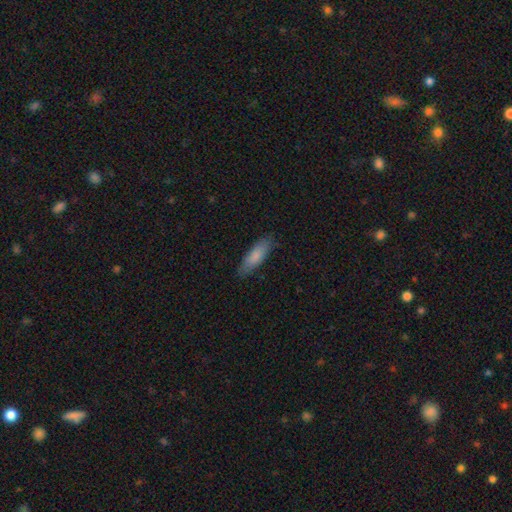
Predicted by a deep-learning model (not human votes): A smooth galaxy with no disk features (82%) that is in between round and cigar-shaped (50%).

Vote fractions:
- Smooth or featured? smooth: 82% / featured or disk: 12% / star or artifact: 5%
- How rounded? in between: 50% / cigar-shaped: 49% / round: 2%
- Merging? none: 82% / minor disturbance: 14% / major disturbance: 3% / merger: 1%